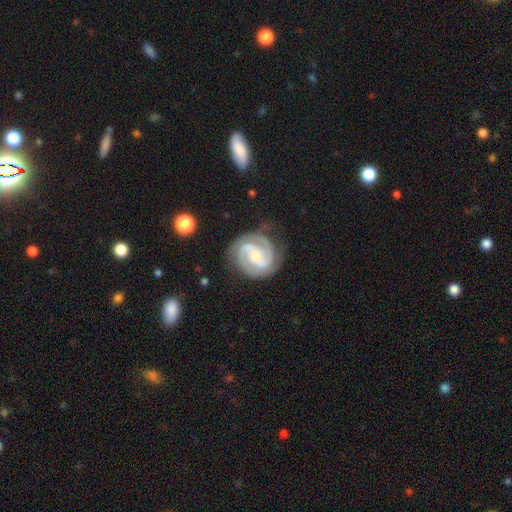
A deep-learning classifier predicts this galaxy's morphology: The model was most divided on "bar": weak: 41%, no: 40%, strong: 19%. More confident: edge-on disk — no (98%); spiral arms — yes (98%); smooth or featured — featured or disk (88%); merging — none (77%); spiral arm count — 2 (67%); spiral winding — tight (54%); bulge size — small (53%).